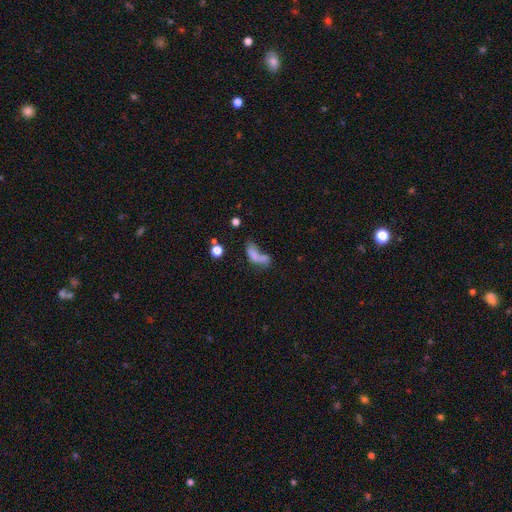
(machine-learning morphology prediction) smooth_or_featured: smooth (p=0.62) [alt: featured or disk p=0.24]
how_rounded: in between (p=0.75) [alt: cigar-shaped p=0.16]
merging: merger (p=0.49) [alt: major disturbance p=0.22]